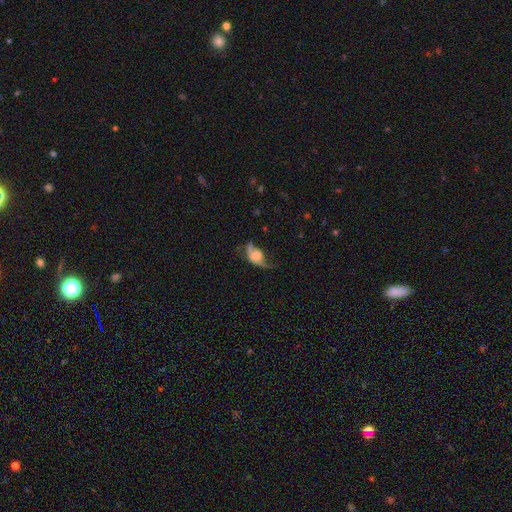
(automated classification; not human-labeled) smooth-or-featured: smooth: 45% (tied) | featured or disk: 45% (tied) | star or artifact: 10%
  merging: major disturbance: 44% | none: 23% | minor disturbance: 22% | merger: 11%